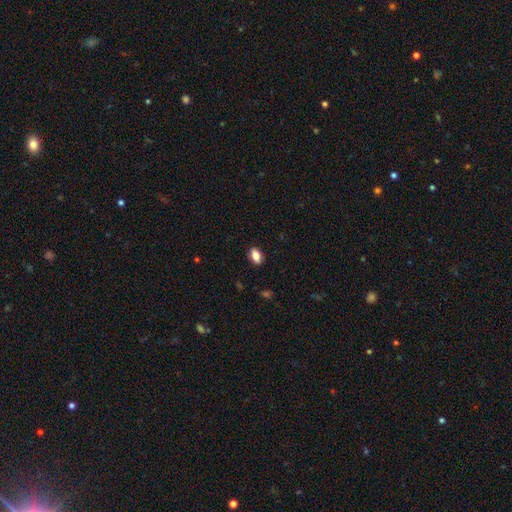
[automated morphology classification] smooth 82%, featured or disk 10%, star or artifact 8%. Down the decision tree: how rounded — in between (86%); merging — none (89%).